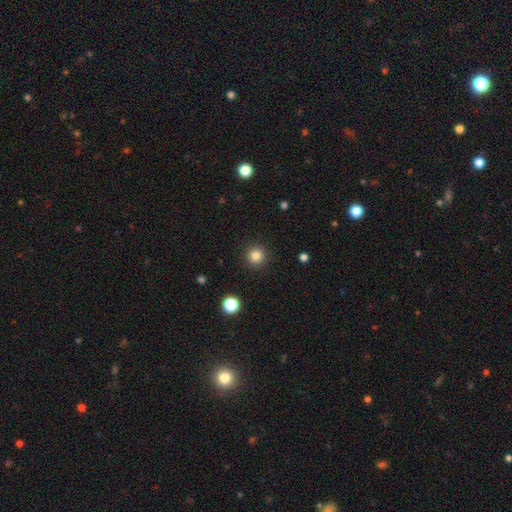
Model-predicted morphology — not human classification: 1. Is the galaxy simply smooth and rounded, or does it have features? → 83% smooth, 12% star or artifact, 5% featured or disk.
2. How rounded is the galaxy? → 95% round, 4% in between, 1% cigar-shaped.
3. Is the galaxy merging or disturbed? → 92% none, 5% minor disturbance, 2% major disturbance, 1% merger.